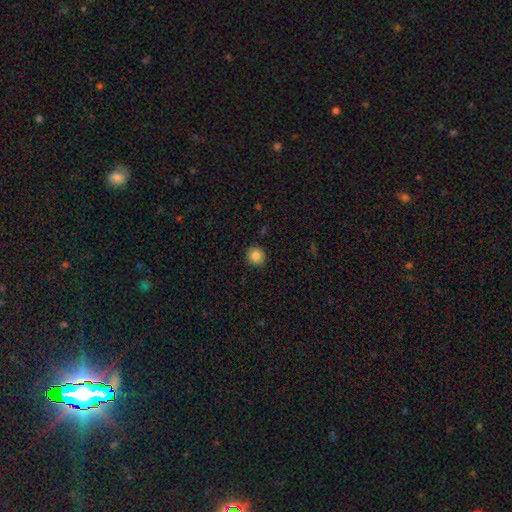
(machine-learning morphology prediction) Smooth or featured? smooth (85%)
How rounded? round (89%)
Merging? none (89%)